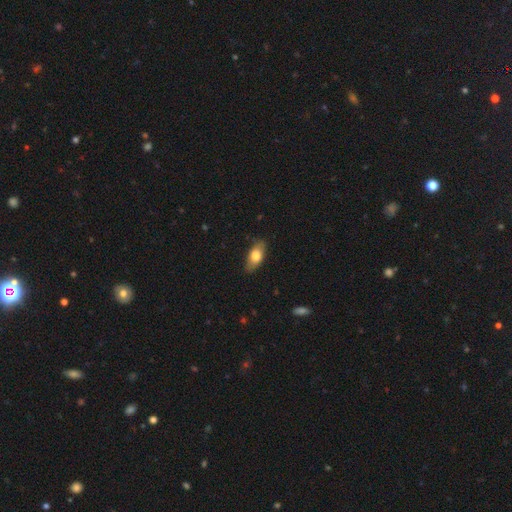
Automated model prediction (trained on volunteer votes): Q: Smooth or featured?
A: smooth (73%); runner-up: featured or disk (21%)
Q: How rounded?
A: in between (86%); runner-up: cigar-shaped (10%)
Q: Merging?
A: none (81%); runner-up: minor disturbance (15%)